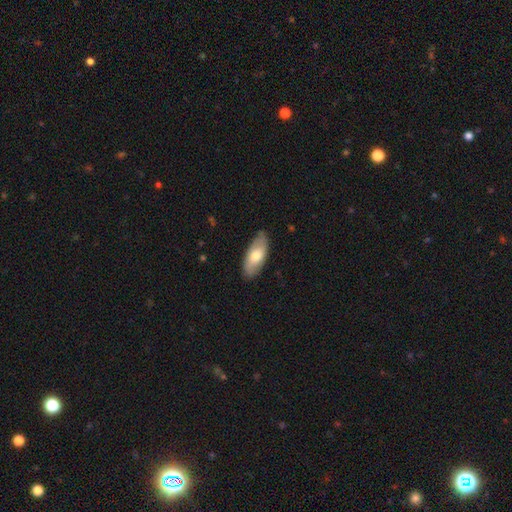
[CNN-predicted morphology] Smooth or featured? Predicted: smooth (p=0.69). How rounded? Predicted: in between (p=0.85). Merging? Predicted: none (p=0.83).